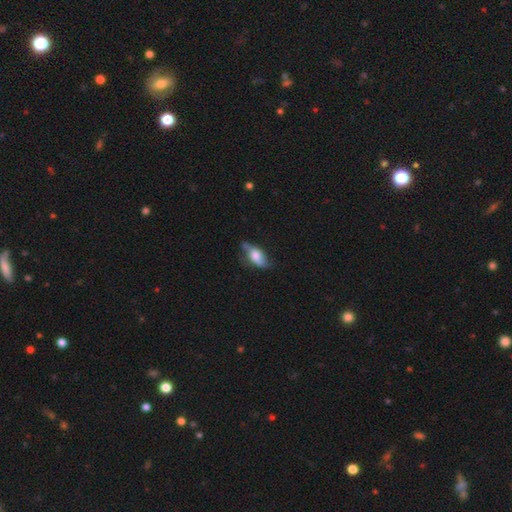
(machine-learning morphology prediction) type=smooth (50%); roundness=in between (81%); merging=none (55%).